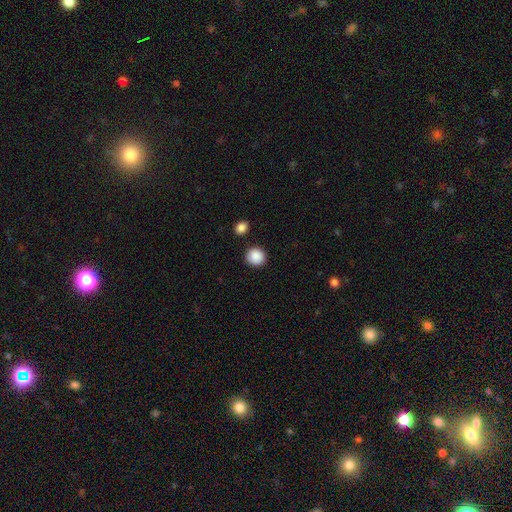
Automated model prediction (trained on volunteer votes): This appears to be a smooth galaxy with no disk features (89%) that is round (89%). Merging: none (88%).